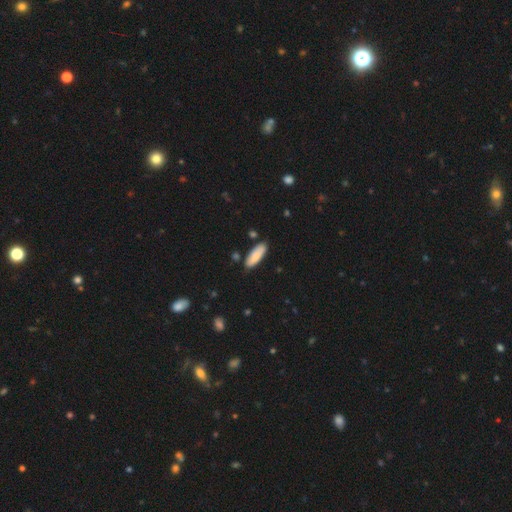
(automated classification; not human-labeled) The model was most divided on "how rounded": in between: 63%, cigar-shaped: 36%, round: 2%. More confident: smooth or featured — smooth (83%); merging — none (82%).